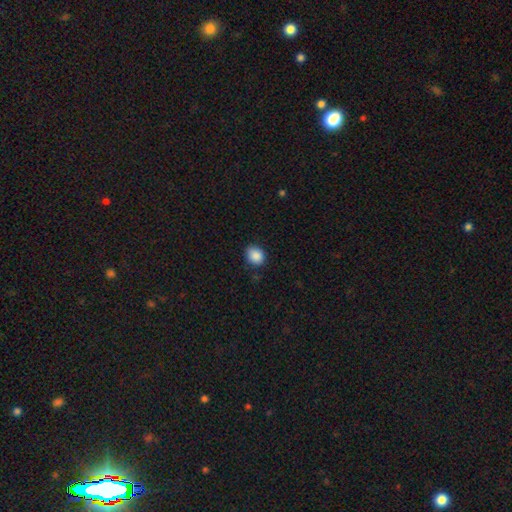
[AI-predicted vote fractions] smooth 89%, star or artifact 8%, featured or disk 3%. Down the decision tree: how rounded — in between (50%); merging — none (81%).